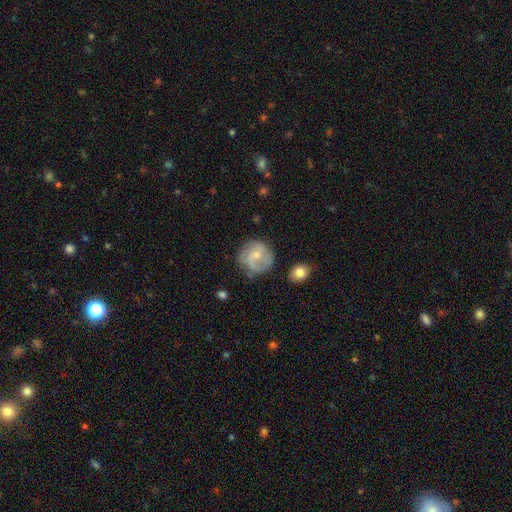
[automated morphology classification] smooth_or_featured: featured or disk (p=0.61) [alt: smooth p=0.32]
disk_edge_on: no (p=0.97) [alt: yes p=0.03]
bar: weak (p=0.46) [alt: no p=0.42]
has_spiral_arms: yes (p=0.84) [alt: no p=0.16]
bulge_size: small (p=0.64) [alt: moderate p=0.30]
merging: none (p=0.66) [alt: minor disturbance p=0.21]